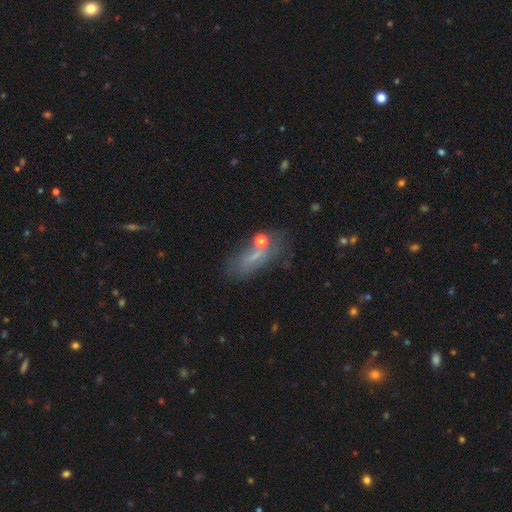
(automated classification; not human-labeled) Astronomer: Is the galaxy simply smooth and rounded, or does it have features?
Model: smooth — 52% (runner-up: featured or disk, 31%).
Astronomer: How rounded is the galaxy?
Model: in between — 60%.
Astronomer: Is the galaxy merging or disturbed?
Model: none — 53%.